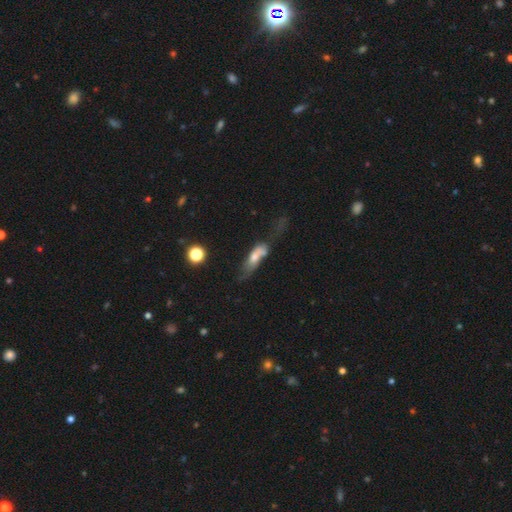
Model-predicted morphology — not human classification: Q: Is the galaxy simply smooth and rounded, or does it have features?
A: smooth — 55%.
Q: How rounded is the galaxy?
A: in between — 61%.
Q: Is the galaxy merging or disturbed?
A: major disturbance — 32%.